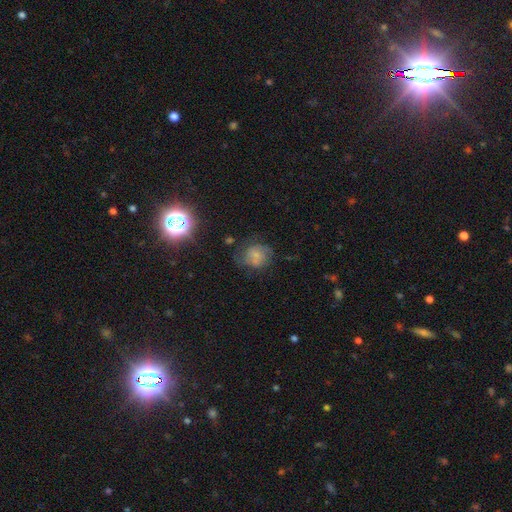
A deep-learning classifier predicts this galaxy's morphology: A smooth galaxy with no disk features (51%) that is round (69%). Merging: none (48%).